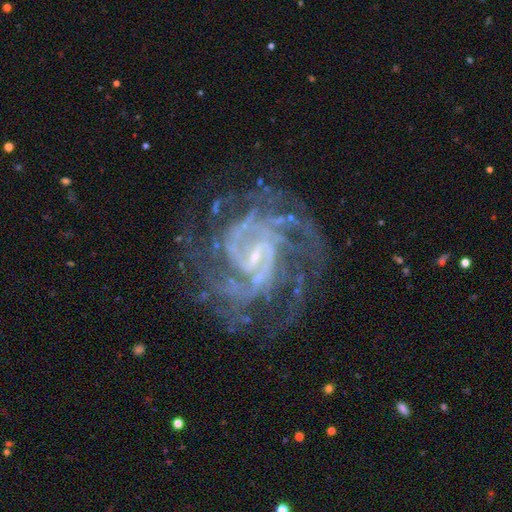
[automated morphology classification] Q: Smooth or featured?
A: featured or disk (91%); runner-up: star or artifact (6%)
Q: Edge-on disk?
A: no (98%); runner-up: yes (2%)
Q: Bar?
A: weak (54%); runner-up: strong (26%)
Q: Spiral arms?
A: yes (98%); runner-up: no (2%)
Q: Spiral winding?
A: tight (55%); runner-up: medium (38%)
Q: Spiral arm count?
A: 2 (27%); runner-up: can't tell (21%)
Q: Bulge size?
A: small (74%); runner-up: moderate (13%)
Q: Merging?
A: none (71%); runner-up: minor disturbance (15%)